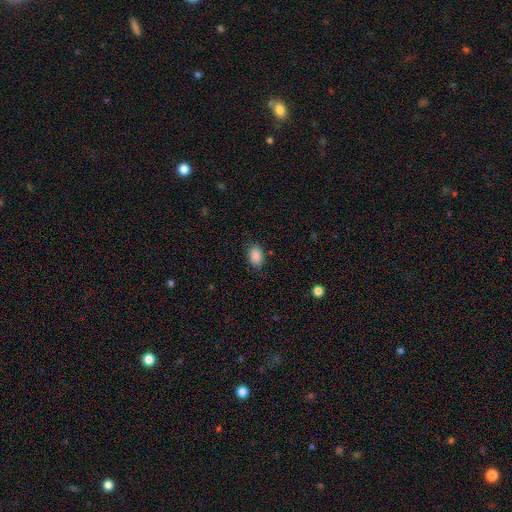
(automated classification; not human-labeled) smooth 89%, star or artifact 8%, featured or disk 3%. Down the decision tree: how rounded — in between (85%); merging — none (85%).